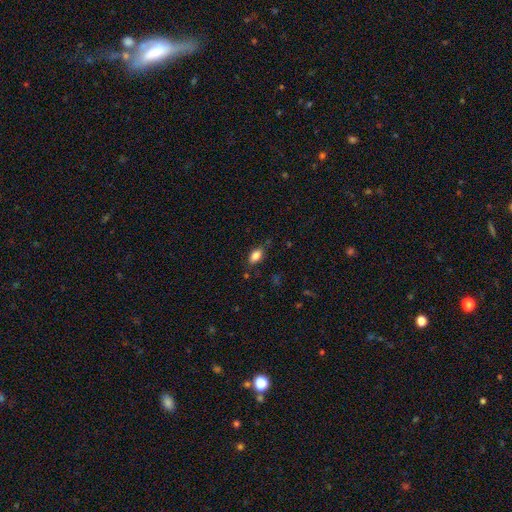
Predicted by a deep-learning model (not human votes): Smooth or featured? Predicted: smooth (p=0.84). How rounded? Predicted: in between (p=0.89). Merging? Predicted: none (p=0.80).